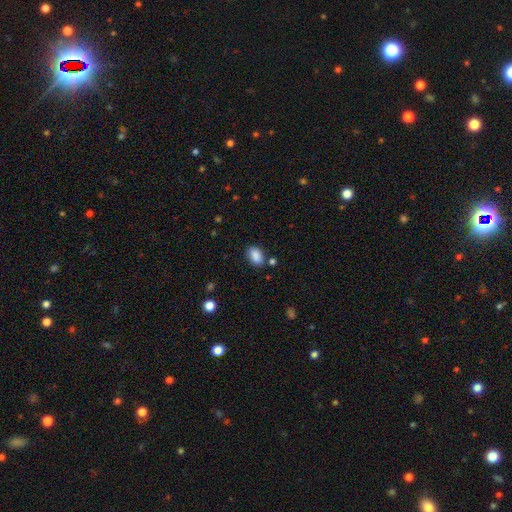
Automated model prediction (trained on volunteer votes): Q: Smooth or featured?
A: smooth (88%); runner-up: star or artifact (8%)
Q: How rounded?
A: in between (88%); runner-up: round (10%)
Q: Merging?
A: none (79%); runner-up: minor disturbance (13%)